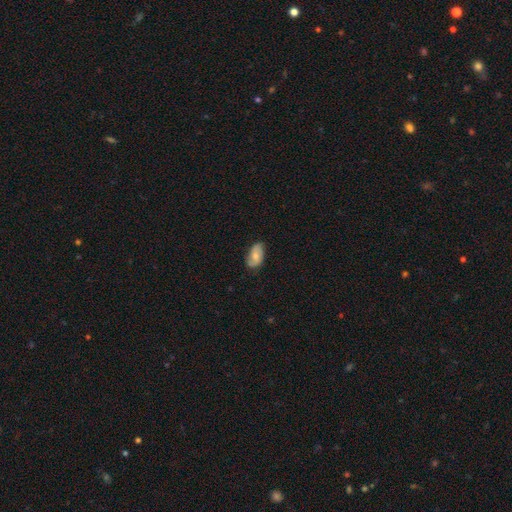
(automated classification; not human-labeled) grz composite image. It shows a smooth galaxy with no disk features (57%) that is in between round and cigar-shaped (92%). Merging: none (71%).